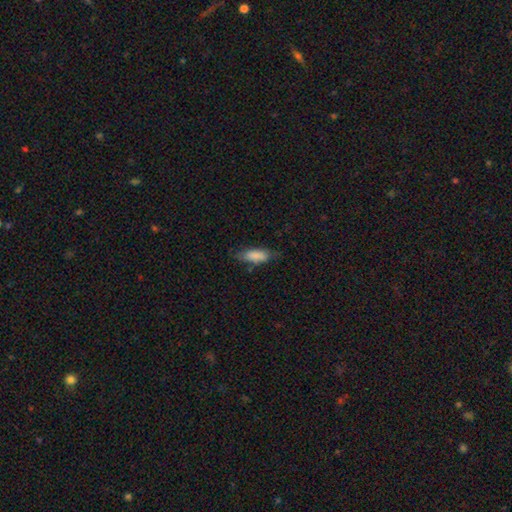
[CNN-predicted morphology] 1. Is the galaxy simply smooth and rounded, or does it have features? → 83% smooth, 10% featured or disk, 6% star or artifact.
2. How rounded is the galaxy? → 69% in between, 29% cigar-shaped, 2% round.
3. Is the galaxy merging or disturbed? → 66% none, 25% minor disturbance, 6% major disturbance, 2% merger.